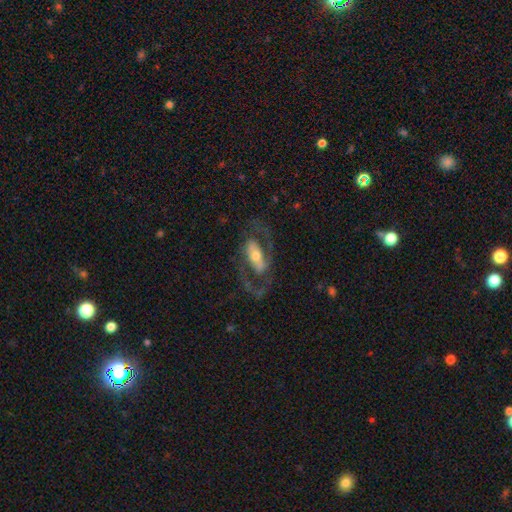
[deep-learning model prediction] Smooth or featured?
  - featured or disk: 80% *
  - smooth: 14%
  - star or artifact: 6%
Edge-on disk?
  - no: 94% *
  - yes: 6%
Bar?
  - strong: 40% *
  - weak: 33%
  - no: 27%
Spiral arms?
  - yes: 86% *
  - no: 14%
Spiral winding?
  - medium: 55% *
  - loose: 28%
  - tight: 17%
Spiral arm count?
  - 2: 88% *
  - can't tell: 5%
  - 1: 4%
  - 3: 1%
  - 4: 1%
  - more than 4: 1%
Bulge size?
  - moderate: 56% *
  - small: 29%
  - large: 11%
  - dominant: 2%
  - none: 2%
Merging?
  - none: 67% *
  - major disturbance: 18%
  - minor disturbance: 13%
  - merger: 2%